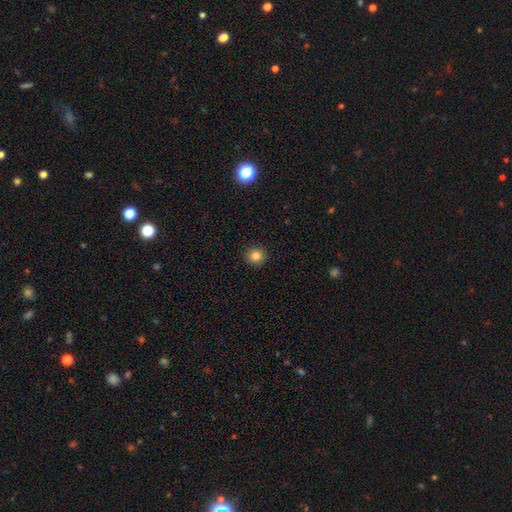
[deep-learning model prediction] Q: Smooth or featured?
A: smooth (83%); runner-up: star or artifact (12%)
Q: How rounded?
A: round (89%); runner-up: in between (10%)
Q: Merging?
A: none (92%); runner-up: minor disturbance (5%)